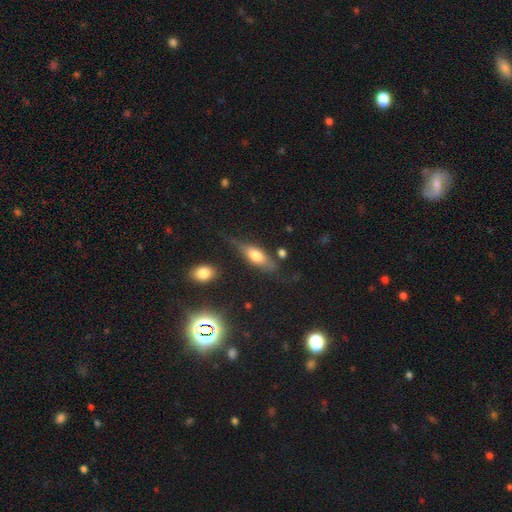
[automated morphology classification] Smooth or featured: smooth — 61% (featured or disk — 31%)
How rounded: in between — 68% (cigar-shaped — 29%)
Merging: none — 56% (minor disturbance — 27%)